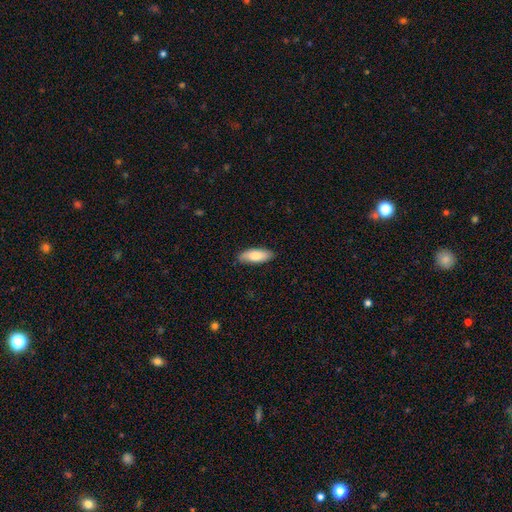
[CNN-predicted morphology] Q: Smooth or featured?
A: smooth (80%); runner-up: featured or disk (14%)
Q: How rounded?
A: in between (75%); runner-up: cigar-shaped (23%)
Q: Merging?
A: none (82%); runner-up: minor disturbance (15%)